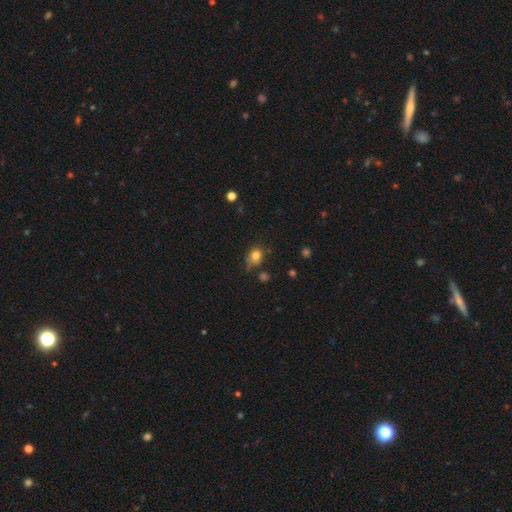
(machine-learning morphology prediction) The model was most divided on "how rounded" (2-way tie): round: 49%, in between: 49%, cigar-shaped: 1%. More confident: smooth or featured — smooth (80%); merging — none (58%).